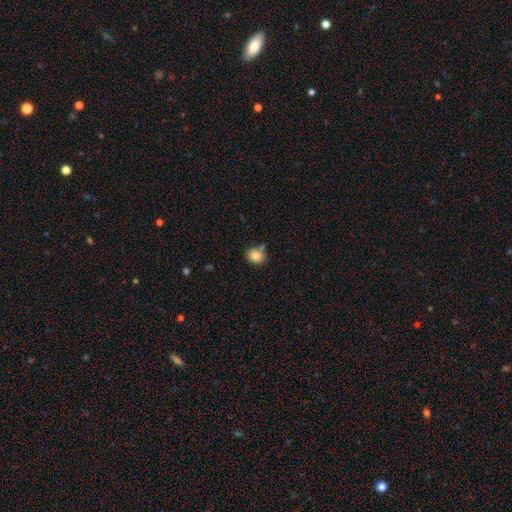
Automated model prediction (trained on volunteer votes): Q: Smooth or featured?
A: smooth (84%); runner-up: star or artifact (10%)
Q: How rounded?
A: round (67%); runner-up: in between (32%)
Q: Merging?
A: none (73%); runner-up: minor disturbance (13%)